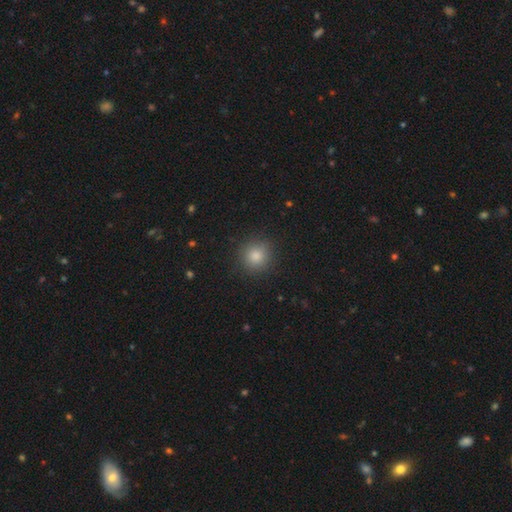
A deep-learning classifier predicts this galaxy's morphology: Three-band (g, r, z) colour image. It shows a smooth galaxy with no disk features (82%) that is round (93%). Merging: none (91%).